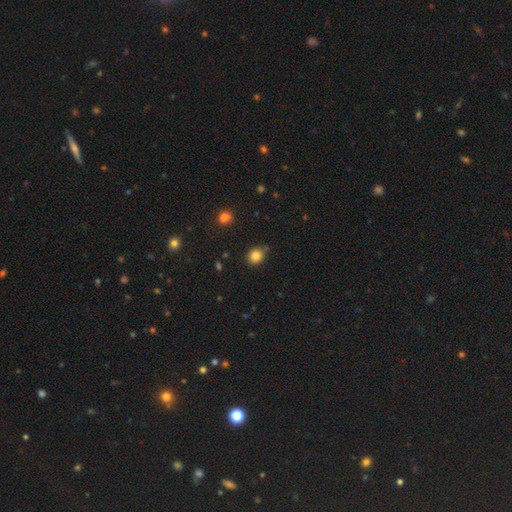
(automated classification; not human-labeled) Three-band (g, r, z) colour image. It shows a smooth galaxy with no disk features (83%) that is round (66%). Merging: none (76%).